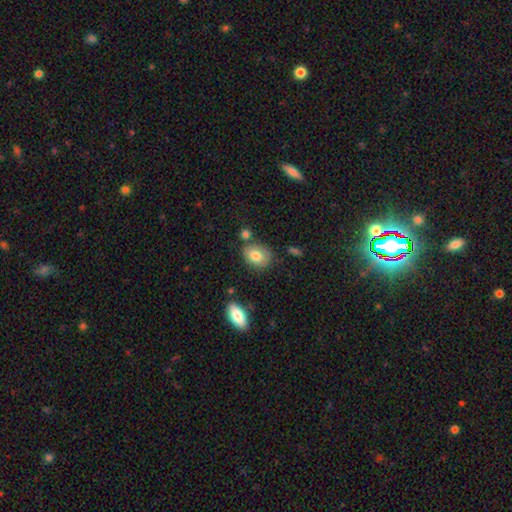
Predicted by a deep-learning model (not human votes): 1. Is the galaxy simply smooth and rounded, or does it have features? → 76% smooth, 16% featured or disk, 8% star or artifact.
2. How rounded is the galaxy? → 72% in between, 27% round, 1% cigar-shaped.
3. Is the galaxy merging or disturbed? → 65% none, 21% minor disturbance, 8% merger, 6% major disturbance.